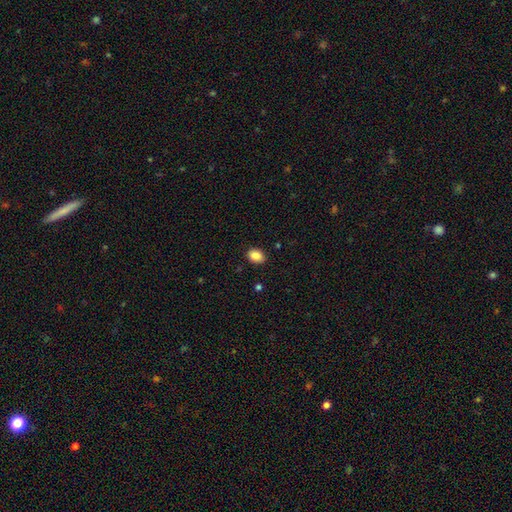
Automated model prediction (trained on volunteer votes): This is clearly a smooth galaxy (88%). How rounded: likely in between (76%). Merging: clearly none (89%).